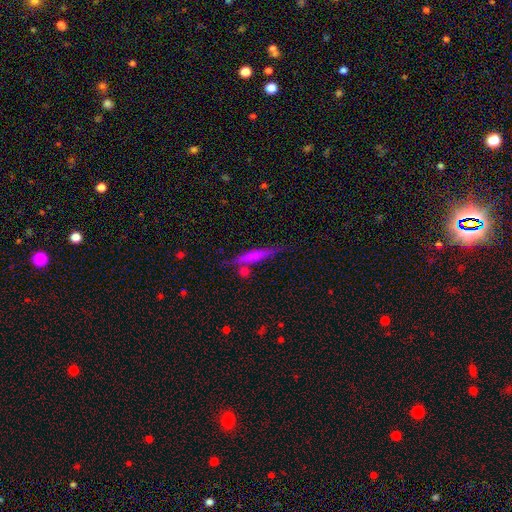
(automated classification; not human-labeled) smooth-or-featured: smooth: 63% | featured or disk: 30% | star or artifact: 7%
  how-rounded: cigar-shaped: 90% | in between: 7% | round: 2%
  merging: none: 73% | minor disturbance: 14% | merger: 9% | major disturbance: 4%